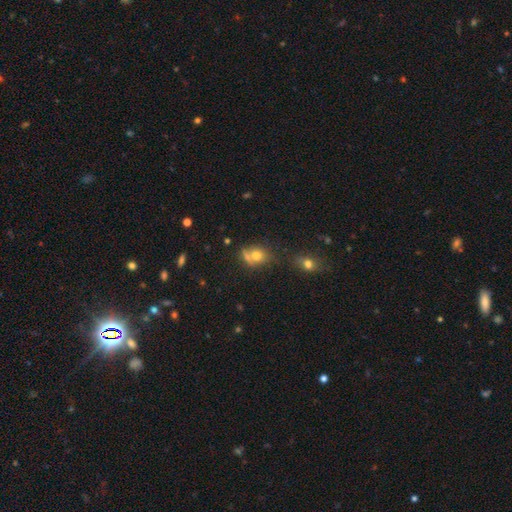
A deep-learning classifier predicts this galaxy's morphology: type=smooth (71%); roundness=round (59%); merging=none (49%).